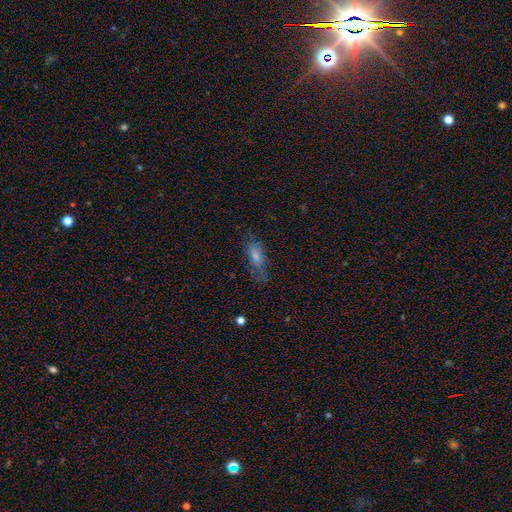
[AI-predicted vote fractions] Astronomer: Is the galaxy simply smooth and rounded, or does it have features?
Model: smooth — 49% (runner-up: featured or disk, 34%).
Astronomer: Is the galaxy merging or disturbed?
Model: none — 66%.